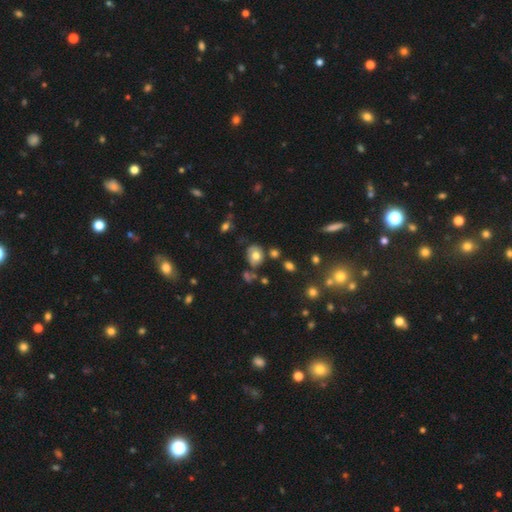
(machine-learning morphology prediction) smooth 66%, featured or disk 22%, star or artifact 11%. Down the decision tree: how rounded — round (58%); merging — none (64%).